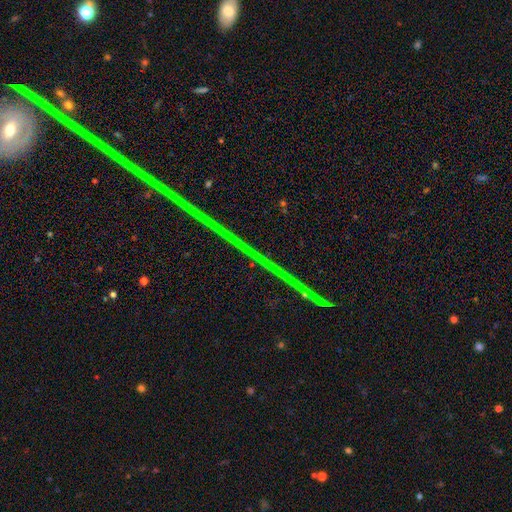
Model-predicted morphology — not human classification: Overall: star or artifact (85%).